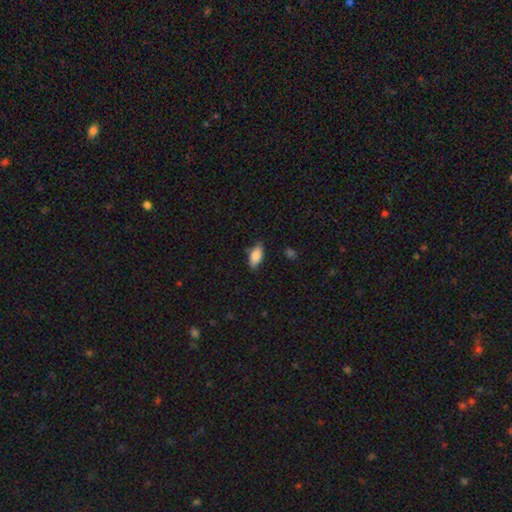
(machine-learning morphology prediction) A smooth galaxy with no disk features (86%) that is in between round and cigar-shaped (88%).

Vote fractions:
- Smooth or featured? smooth: 86% / featured or disk: 7% / star or artifact: 7%
- How rounded? in between: 88% / cigar-shaped: 10% / round: 2%
- Merging? none: 80% / minor disturbance: 16% / major disturbance: 3% / merger: 2%